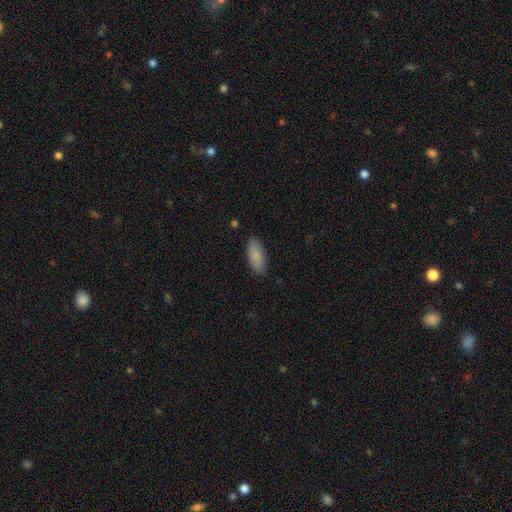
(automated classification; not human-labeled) Overall: smooth (87%). How rounded: in between (77%). Merging: none (87%).